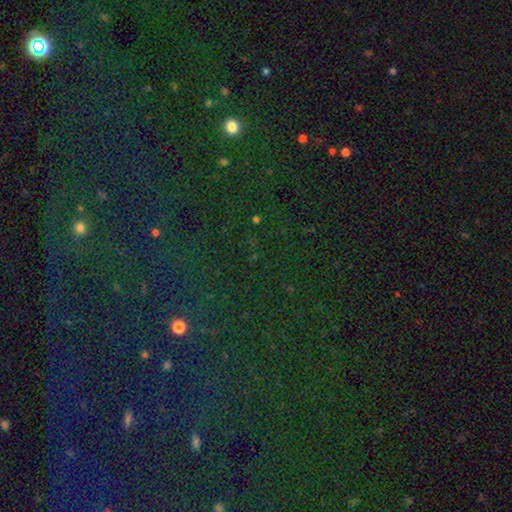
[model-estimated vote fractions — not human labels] Smooth or featured? star or artifact (81%)